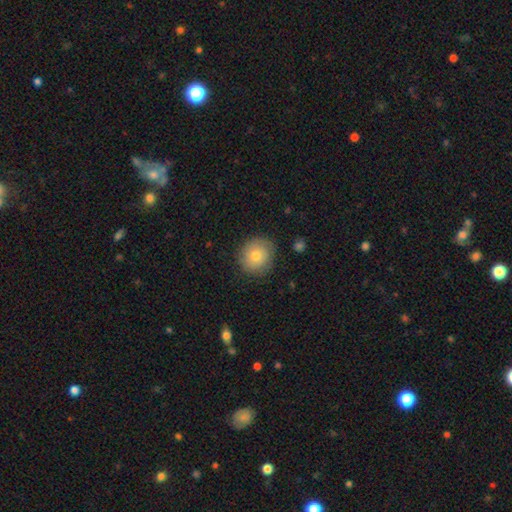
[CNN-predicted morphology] This is likely a smooth galaxy (73%). How rounded: clearly round (86%). Merging: clearly none (83%).